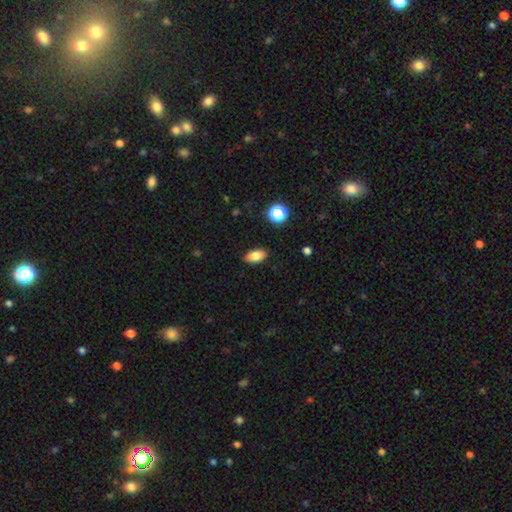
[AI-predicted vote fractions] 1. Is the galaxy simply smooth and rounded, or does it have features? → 84% smooth, 10% star or artifact, 6% featured or disk.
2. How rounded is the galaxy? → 90% in between, 6% round, 4% cigar-shaped.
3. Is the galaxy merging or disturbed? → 88% none, 8% minor disturbance, 2% major disturbance, 1% merger.